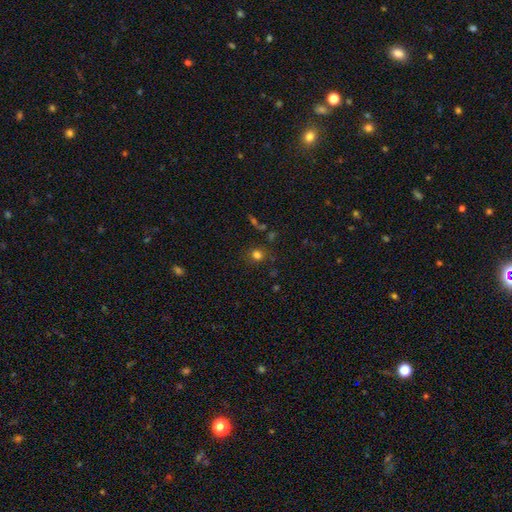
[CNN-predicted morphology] smooth 61%, star or artifact 32%, featured or disk 7%. Down the decision tree: how rounded — round (84%); merging — none (80%).